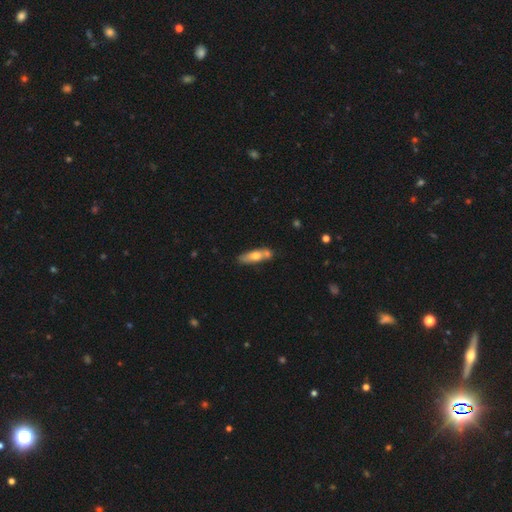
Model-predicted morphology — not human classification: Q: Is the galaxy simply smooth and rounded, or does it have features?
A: smooth — 60%.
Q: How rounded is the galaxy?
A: cigar-shaped — 54%.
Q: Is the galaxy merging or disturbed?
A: none — 54%.